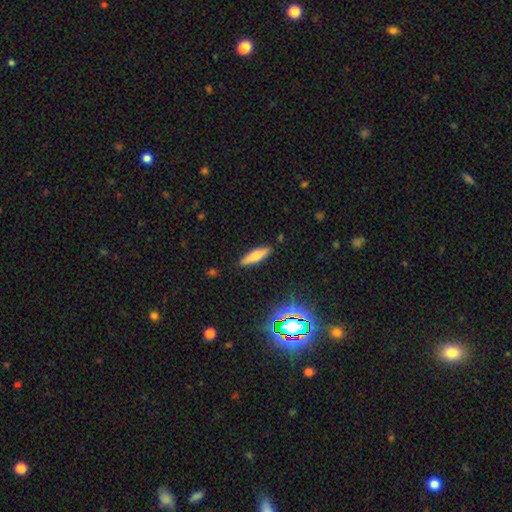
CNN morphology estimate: Smooth or featured?
  - smooth: 65% *
  - featured or disk: 26%
  - star or artifact: 9%
How rounded?
  - cigar-shaped: 68% *
  - in between: 30%
  - round: 2%
Merging?
  - none: 87% *
  - minor disturbance: 9%
  - major disturbance: 2%
  - merger: 2%